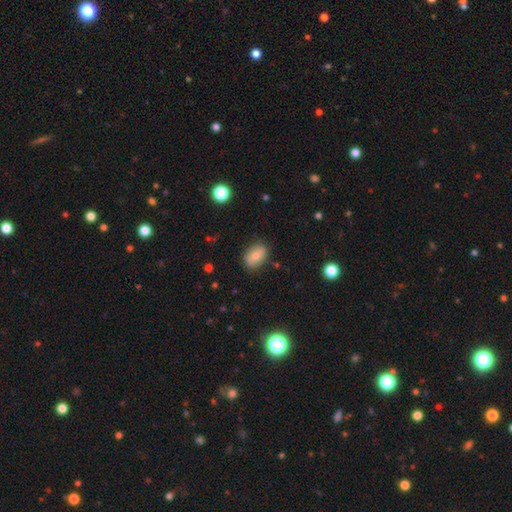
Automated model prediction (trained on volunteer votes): Smooth or featured?
  - smooth: 73% *
  - featured or disk: 19%
  - star or artifact: 8%
How rounded?
  - in between: 86% *
  - round: 12%
  - cigar-shaped: 2%
Merging?
  - none: 83% *
  - minor disturbance: 13%
  - major disturbance: 3%
  - merger: 2%